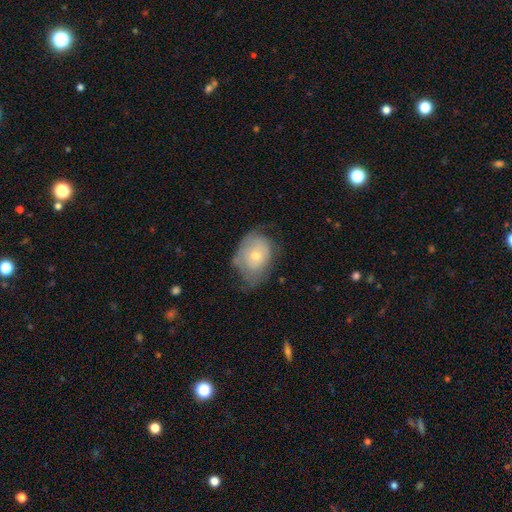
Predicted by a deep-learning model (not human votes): smooth 57%, featured or disk 35%, star or artifact 8%. Down the decision tree: how rounded — in between (65%); merging — none (44%).